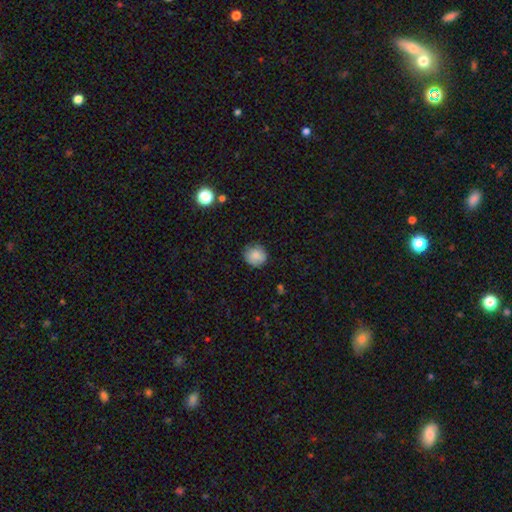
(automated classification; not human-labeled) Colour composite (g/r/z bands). It shows a smooth galaxy with no disk features (85%) that is round (88%). Merging: none (82%).